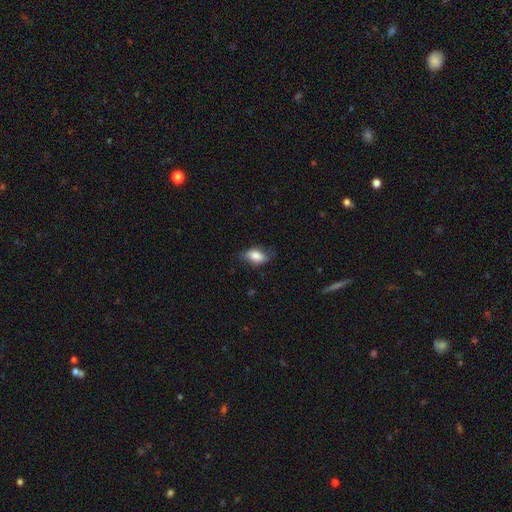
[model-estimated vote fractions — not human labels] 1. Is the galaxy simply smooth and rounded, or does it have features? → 80% smooth, 13% featured or disk, 7% star or artifact.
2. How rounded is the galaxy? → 86% in between, 9% round, 5% cigar-shaped.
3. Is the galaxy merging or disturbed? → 65% none, 26% minor disturbance, 7% major disturbance, 1% merger.